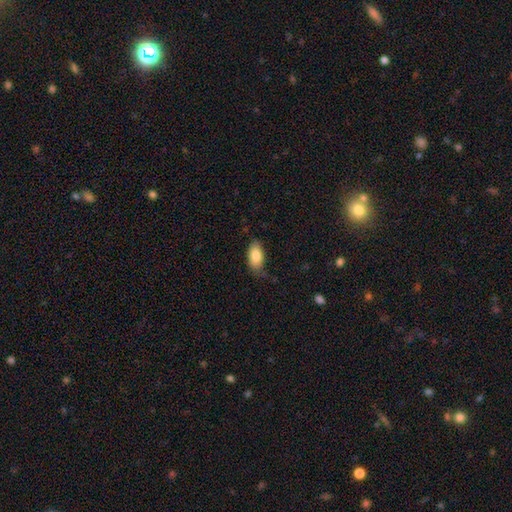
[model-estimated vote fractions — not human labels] This appears to be a smooth galaxy with no disk features (84%) that is in between round and cigar-shaped (92%). Merging: none (73%).